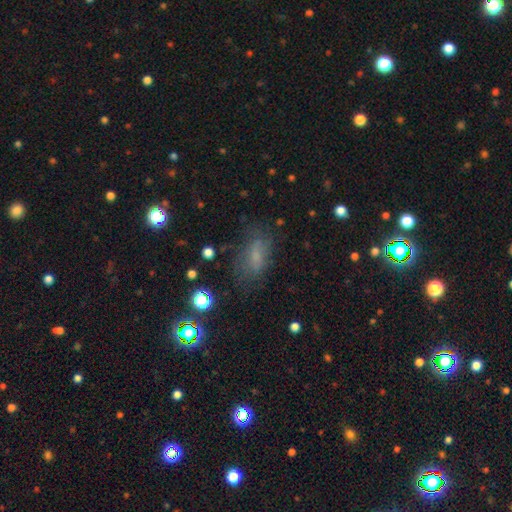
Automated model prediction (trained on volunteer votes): A smooth galaxy with no disk features (56%) that is in between round and cigar-shaped (82%). Merging: none (63%).